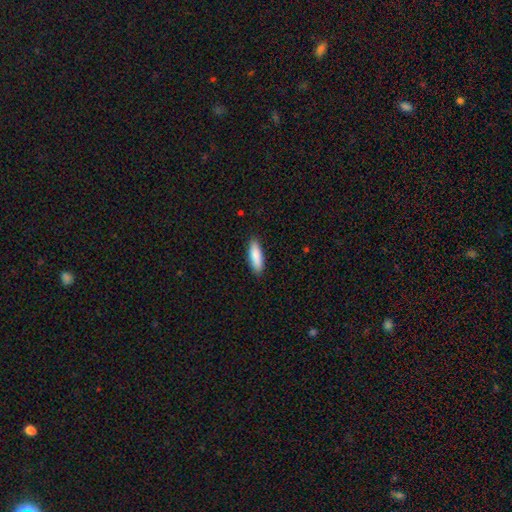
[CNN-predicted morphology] smooth-or-featured: smooth: 86% | featured or disk: 8% | star or artifact: 5%
  how-rounded: in between: 50% | cigar-shaped: 48% | round: 2%
  merging: none: 89% | minor disturbance: 8% | major disturbance: 2% | merger: 1%